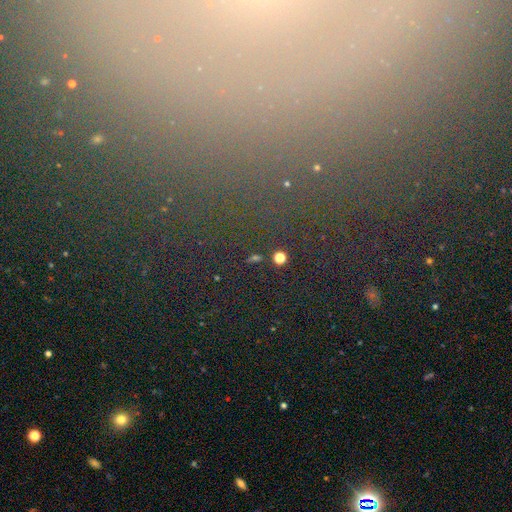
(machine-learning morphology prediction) Smooth or featured: star or artifact — 72% (smooth — 17%)